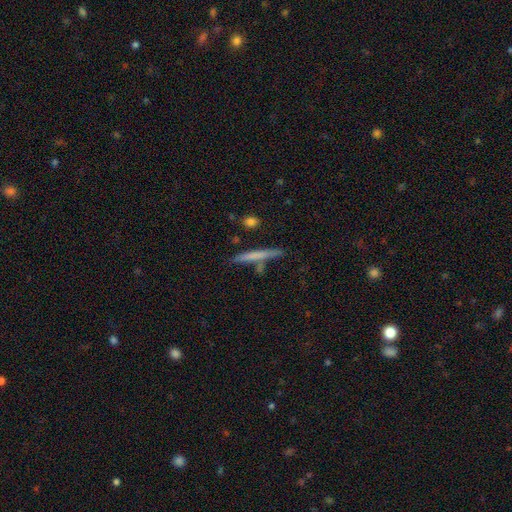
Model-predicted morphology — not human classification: type=smooth (62%); roundness=cigar-shaped (95%); merging=none (78%).